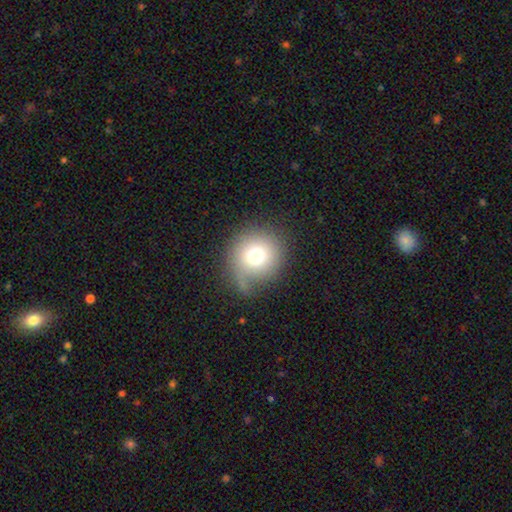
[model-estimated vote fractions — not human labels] Morphology: type=smooth (74%); roundness=round (89%); merging=none (67%).